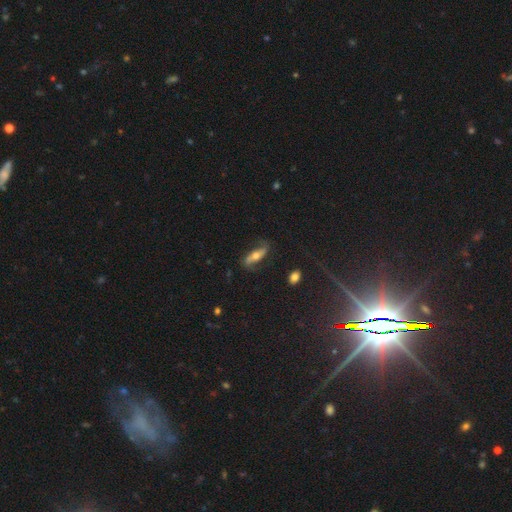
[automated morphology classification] type=featured or disk (72%); edge-on=no (77%); bar=no (44%); spiral arms=yes (90%); bulge=moderate (61%); merging=none (74%).